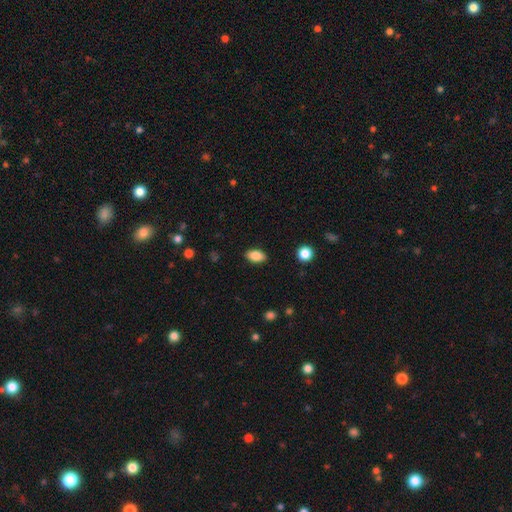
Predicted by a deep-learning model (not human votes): Q: Smooth or featured?
A: smooth (85%); runner-up: star or artifact (8%)
Q: How rounded?
A: in between (91%); runner-up: round (6%)
Q: Merging?
A: none (87%); runner-up: minor disturbance (9%)